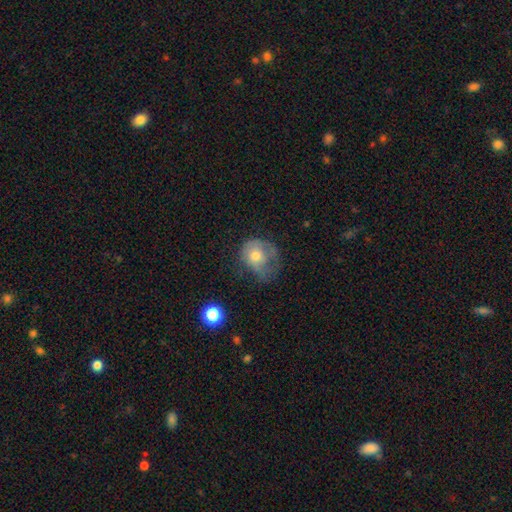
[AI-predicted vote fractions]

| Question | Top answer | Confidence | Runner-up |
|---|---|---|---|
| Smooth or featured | smooth | 60% | featured or disk (31%) |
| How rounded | round | 60% | in between (39%) |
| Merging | major disturbance | 38% | minor disturbance (31%) |